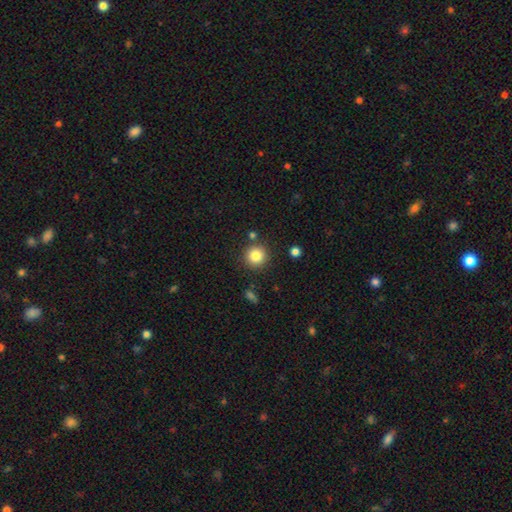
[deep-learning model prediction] This appears to be a smooth galaxy with no disk features (84%) that is round (94%). Merging: none (85%).